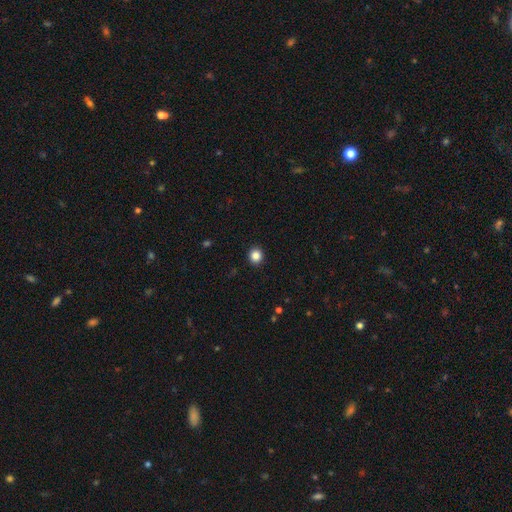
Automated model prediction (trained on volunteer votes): smooth_or_featured: smooth (p=0.86) [alt: star or artifact p=0.11]
how_rounded: round (p=0.87) [alt: in between p=0.12]
merging: none (p=0.93) [alt: minor disturbance p=0.05]